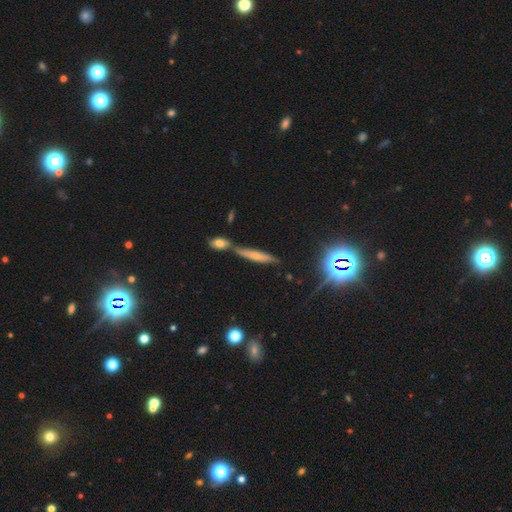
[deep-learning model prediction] Smooth or featured: smooth — 52% (featured or disk — 36%)
How rounded: cigar-shaped — 86% (in between — 12%)
Merging: none — 56% (merger — 26%)